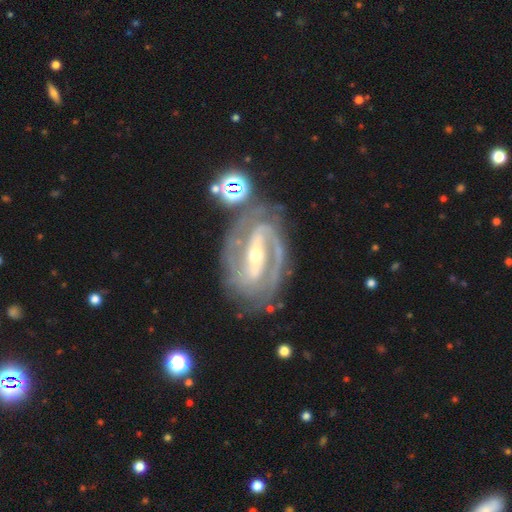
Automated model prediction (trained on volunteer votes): Smooth or featured? featured or disk (91%)
Edge-on disk? no (95%)
Bar? strong (66%)
Spiral arms? yes (97%)
Spiral winding? tight (49%)
Spiral arm count? 2 (78%)
Bulge size? small (62%)
Merging? none (73%)